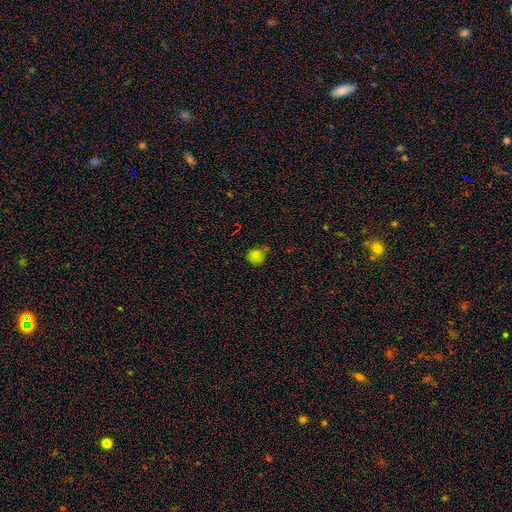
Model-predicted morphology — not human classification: A smooth galaxy with no disk features (74%) that is round (80%). Merging: none (63%).